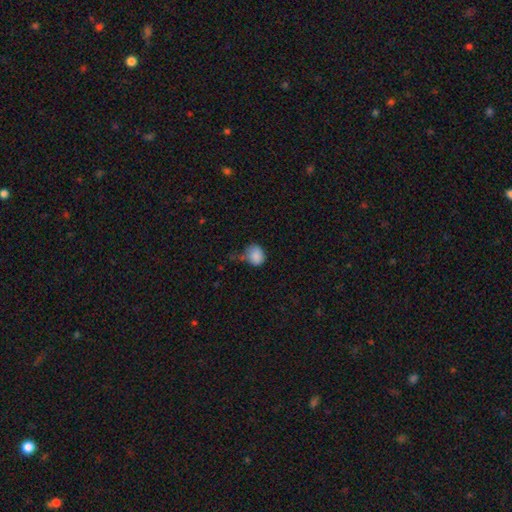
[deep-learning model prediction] This is clearly a smooth galaxy (86%). How rounded: likely round (63%). Merging: marginally none (45%).